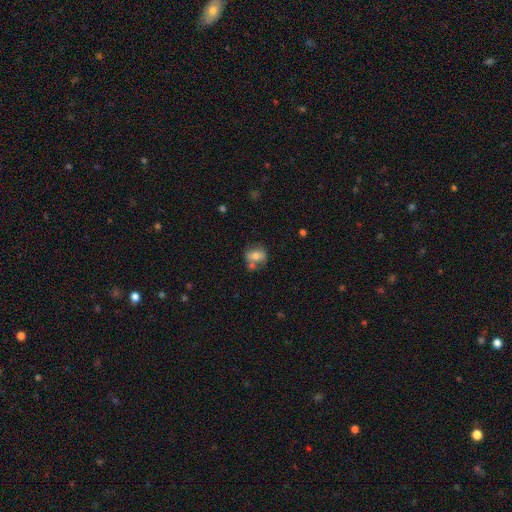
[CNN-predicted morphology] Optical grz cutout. It shows a smooth galaxy with no disk features (65%) that is in between round and cigar-shaped (56%). Merging: none (52%).